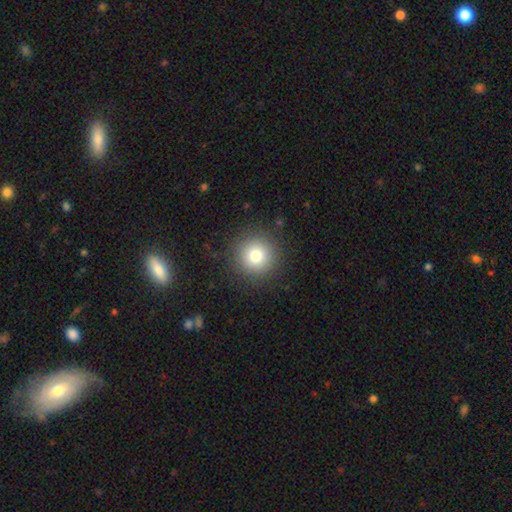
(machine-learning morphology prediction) smooth_or_featured: smooth (p=0.80) [alt: star or artifact p=0.12]
how_rounded: round (p=0.95) [alt: in between p=0.04]
merging: none (p=0.90) [alt: minor disturbance p=0.07]